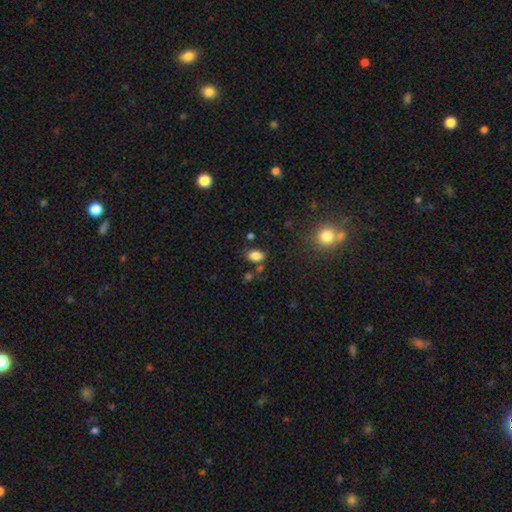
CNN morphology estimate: smooth-or-featured: smooth: 84% | star or artifact: 11% | featured or disk: 5%
  how-rounded: in between: 84% | round: 14% | cigar-shaped: 1%
  merging: none: 76% | minor disturbance: 13% | merger: 7% | major disturbance: 4%